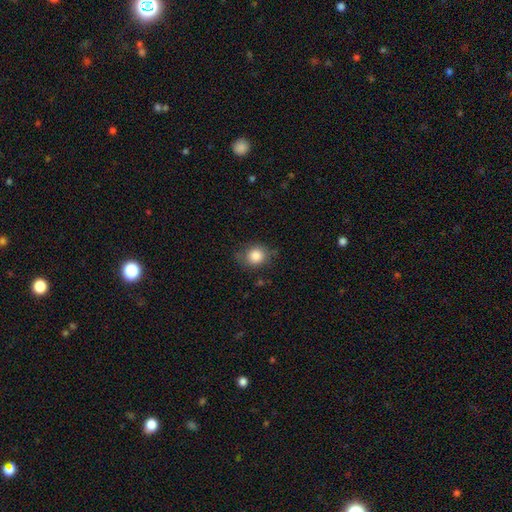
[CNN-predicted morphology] This appears to be a smooth galaxy with no disk features (84%) that is round (71%). Merging: none (73%).